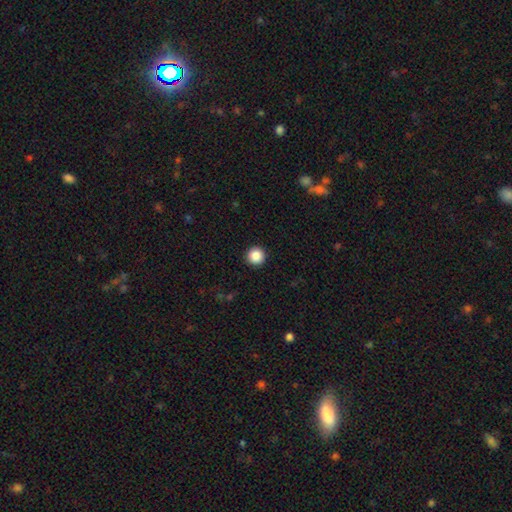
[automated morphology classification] This appears to be a smooth galaxy with no disk features (87%) that is round (96%). Merging: none (93%).